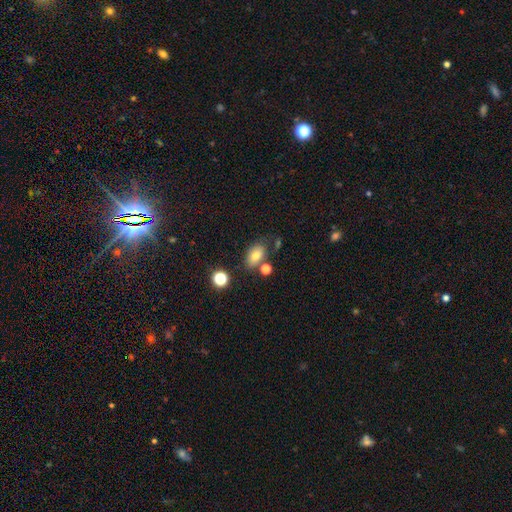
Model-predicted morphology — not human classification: Overall: smooth (76%). How rounded: in between (85%). Merging: none (69%).